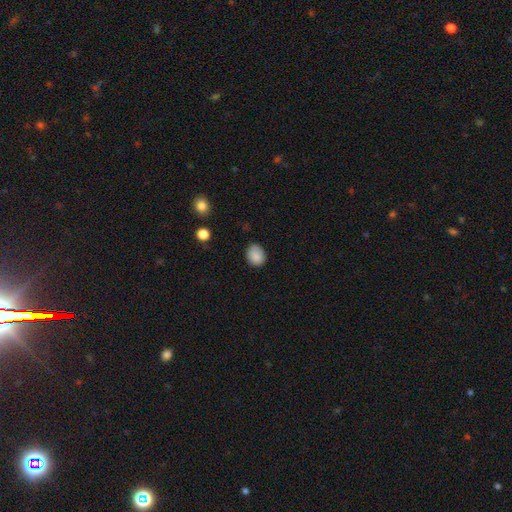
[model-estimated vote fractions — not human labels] A smooth galaxy with no disk features (87%) that is in between round and cigar-shaped (56%).

Vote fractions:
- Smooth or featured? smooth: 87% / star or artifact: 8% / featured or disk: 4%
- How rounded? in between: 56% / round: 43% / cigar-shaped: 1%
- Merging? none: 75% / minor disturbance: 20% / major disturbance: 3% / merger: 1%